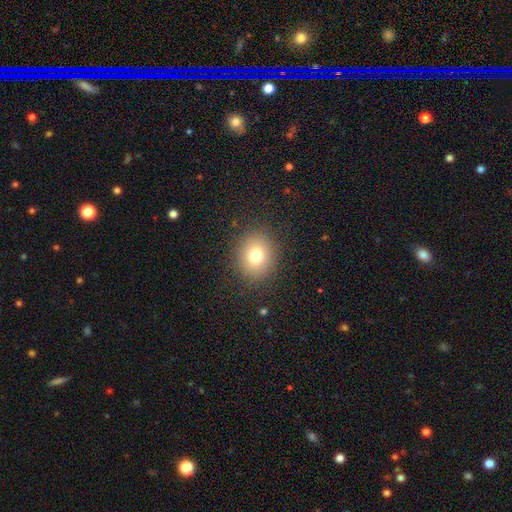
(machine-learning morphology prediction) type=smooth (75%); roundness=round (76%); merging=none (88%).